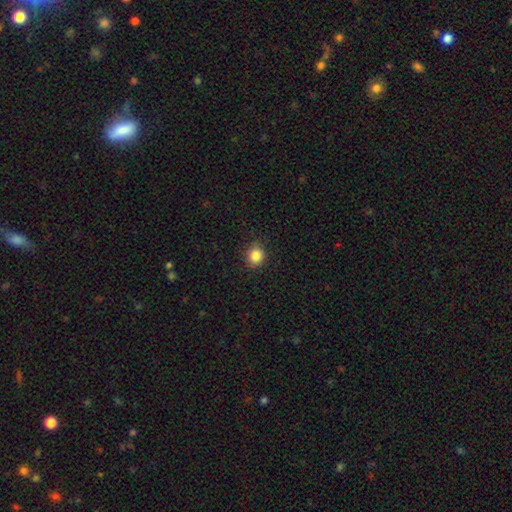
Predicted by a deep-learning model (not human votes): Smooth or featured? smooth (85%)
How rounded? round (84%)
Merging? none (88%)